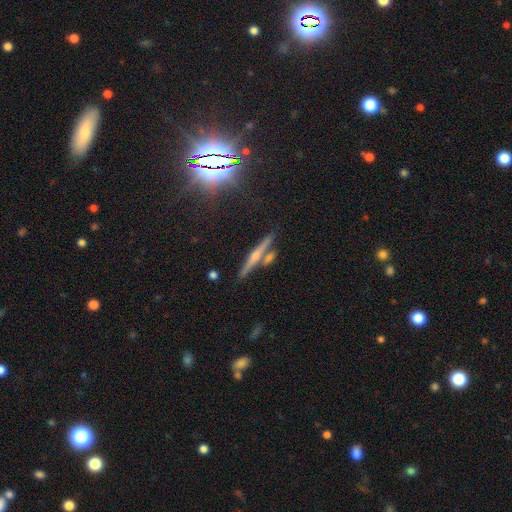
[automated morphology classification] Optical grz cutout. It shows a featured or disk galaxy (58%) viewed edge-on (95%) with a rounded central bulge (78%). Merging: none (71%).